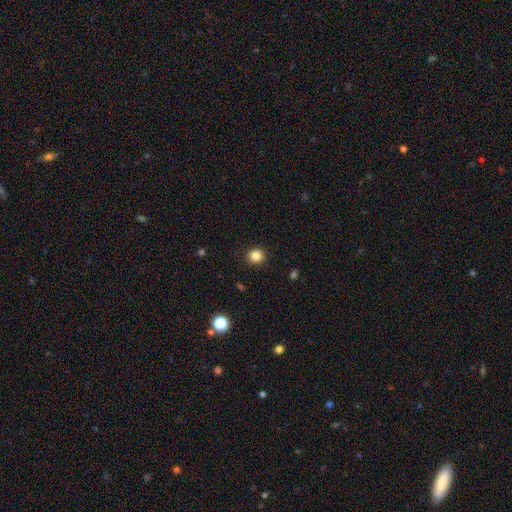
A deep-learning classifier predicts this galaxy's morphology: A smooth galaxy with no disk features (84%) that is round (91%). Merging: none (92%).